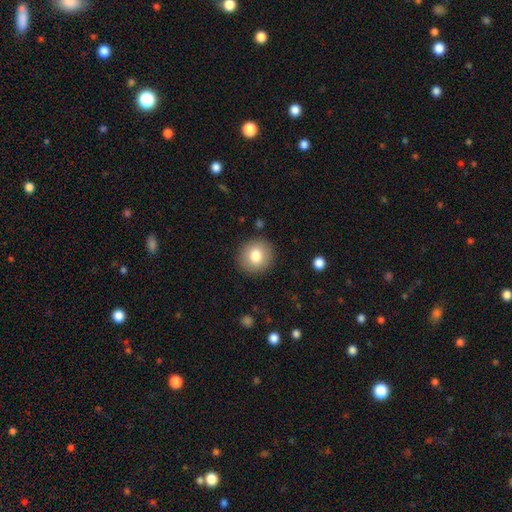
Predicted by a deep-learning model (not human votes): Smooth or featured? Predicted: smooth (p=0.79). How rounded? Predicted: round (p=0.89). Merging? Predicted: none (p=0.90).